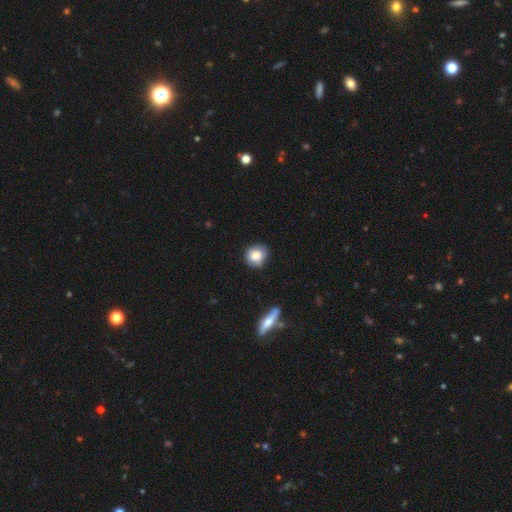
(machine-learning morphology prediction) Overall: smooth (82%). How rounded: round (84%). Merging: none (82%).